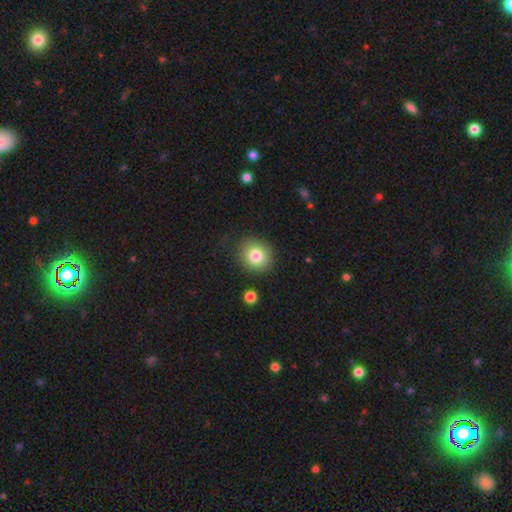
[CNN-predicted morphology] Smooth or featured: smooth — 80% (star or artifact — 10%)
How rounded: round — 80% (in between — 19%)
Merging: none — 83% (minor disturbance — 11%)